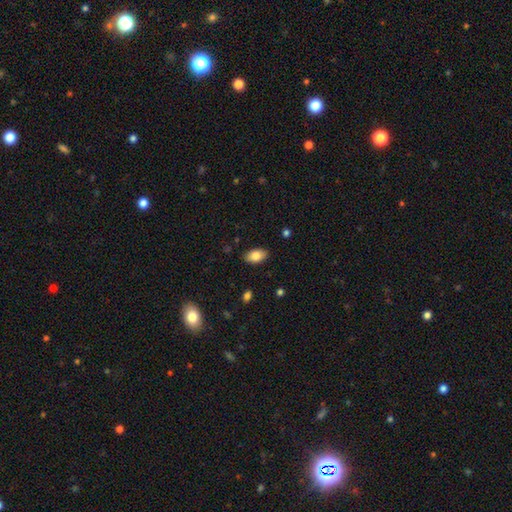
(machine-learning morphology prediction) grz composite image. It shows a smooth galaxy with no disk features (84%) that is in between round and cigar-shaped (93%). Merging: none (85%).